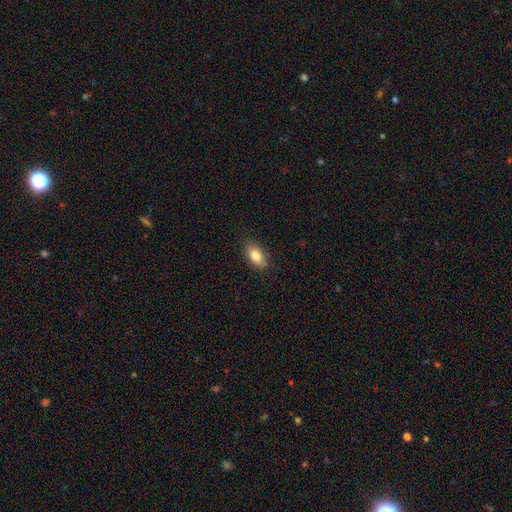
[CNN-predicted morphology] A smooth galaxy with no disk features (82%) that is in between round and cigar-shaped (89%). Merging: none (85%).